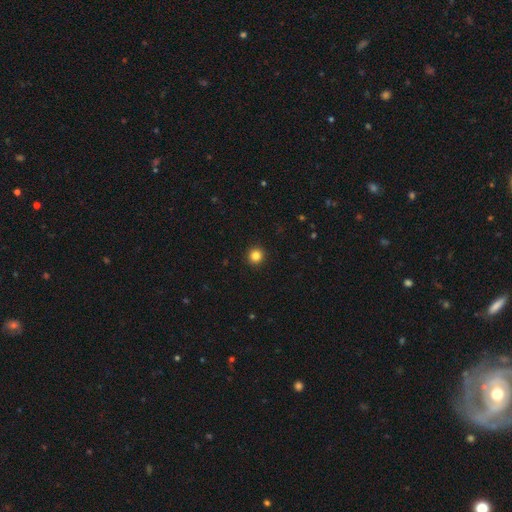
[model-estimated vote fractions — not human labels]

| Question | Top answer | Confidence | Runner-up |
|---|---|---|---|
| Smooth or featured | smooth | 85% | star or artifact (12%) |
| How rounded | round | 94% | in between (5%) |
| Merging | none | 93% | minor disturbance (4%) |